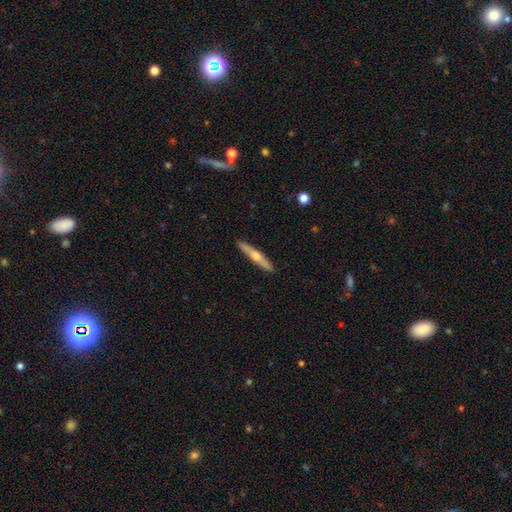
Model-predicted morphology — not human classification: featured or disk 57%, smooth 38%, star or artifact 5%. Down the decision tree: edge-on disk — yes (95%); edge-on bulge — rounded (88%); merging — none (90%).